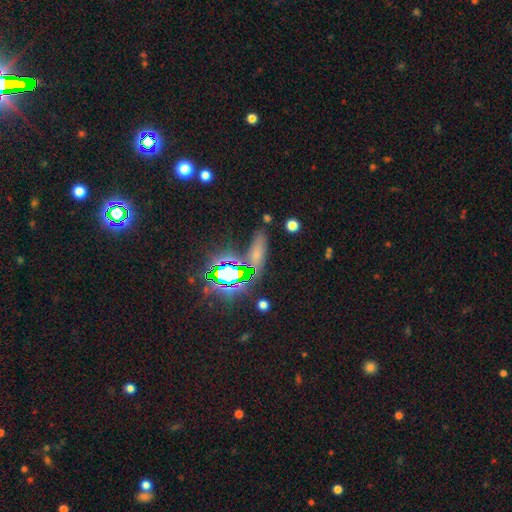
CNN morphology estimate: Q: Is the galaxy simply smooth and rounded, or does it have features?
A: smooth — 44%.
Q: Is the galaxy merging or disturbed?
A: none — 74%.